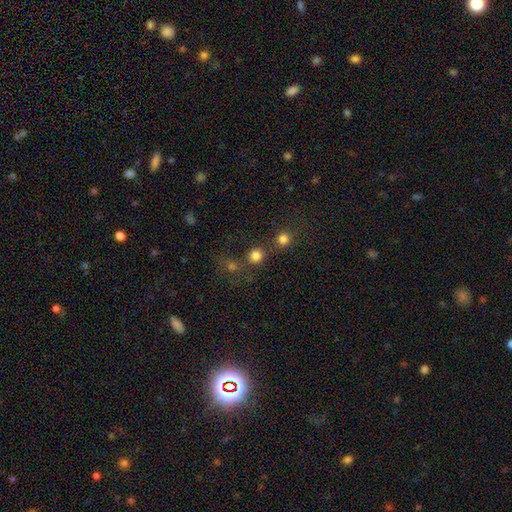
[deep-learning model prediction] Q: Smooth or featured?
A: smooth (79%); runner-up: star or artifact (16%)
Q: How rounded?
A: round (91%); runner-up: in between (8%)
Q: Merging?
A: none (69%); runner-up: merger (19%)